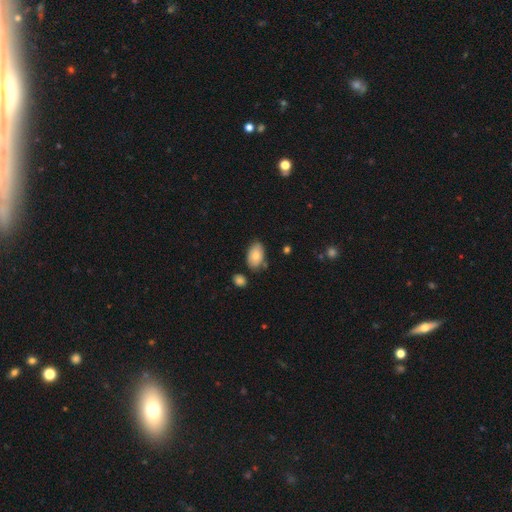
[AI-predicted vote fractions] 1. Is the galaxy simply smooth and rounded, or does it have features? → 77% smooth, 16% featured or disk, 7% star or artifact.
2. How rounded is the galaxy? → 91% in between, 7% round, 1% cigar-shaped.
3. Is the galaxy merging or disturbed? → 68% none, 22% minor disturbance, 6% merger, 4% major disturbance.